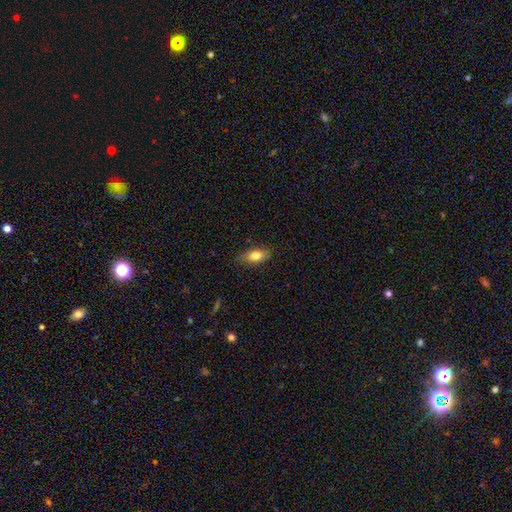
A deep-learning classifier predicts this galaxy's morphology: Smooth or featured: smooth — 79% (featured or disk — 14%)
How rounded: in between — 84% (cigar-shaped — 10%)
Merging: none — 82% (minor disturbance — 14%)